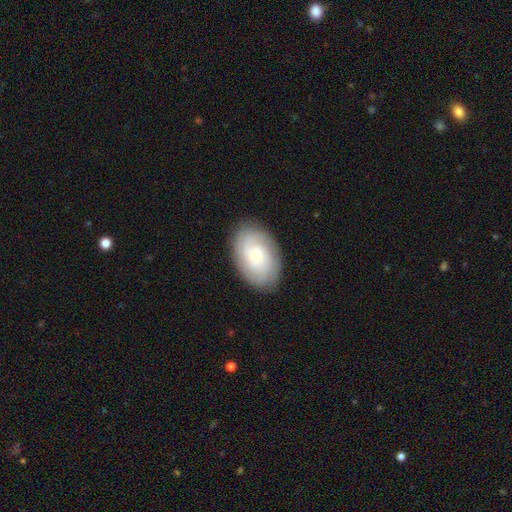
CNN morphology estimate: The model was most divided on "smooth or featured": featured or disk: 48%, smooth: 45%, star or artifact: 7%. More confident: merging — none (85%).